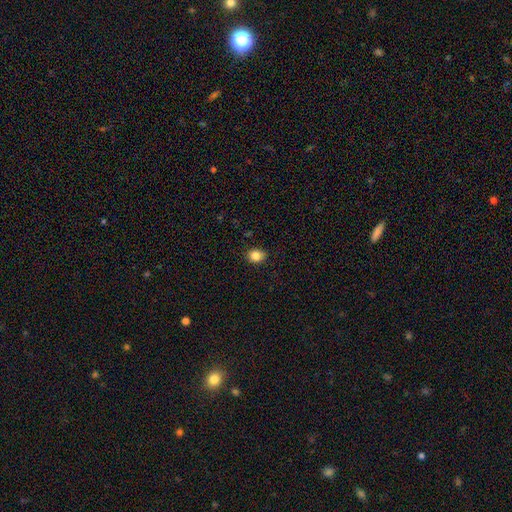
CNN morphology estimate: Smooth or featured? Predicted: smooth (p=0.85). How rounded? Predicted: round (p=0.56). Merging? Predicted: none (p=0.88).